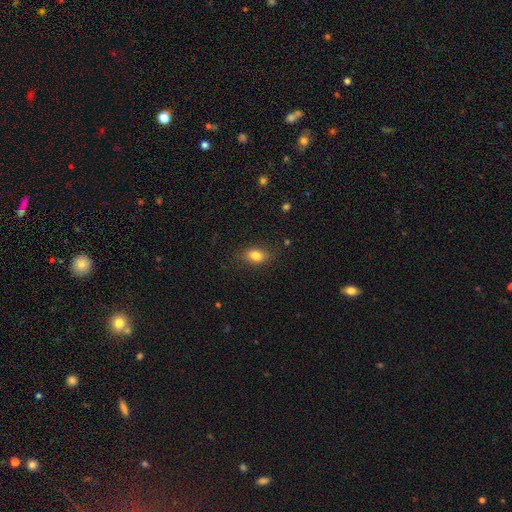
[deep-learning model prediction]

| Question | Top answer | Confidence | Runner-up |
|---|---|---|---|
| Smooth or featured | smooth | 81% | star or artifact (10%) |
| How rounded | in between | 76% | round (22%) |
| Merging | none | 82% | minor disturbance (13%) |